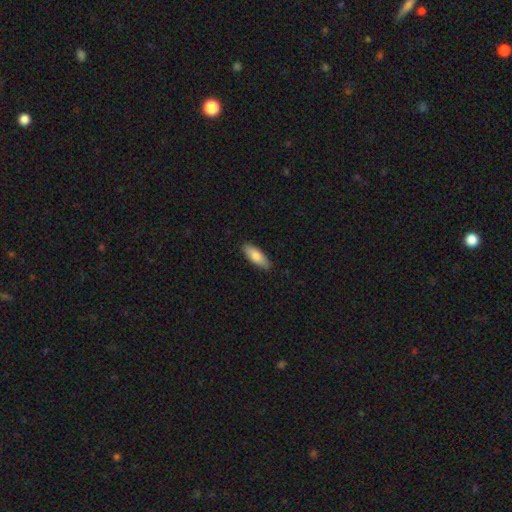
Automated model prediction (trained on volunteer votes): This appears to be a smooth galaxy with no disk features (82%) that is in between round and cigar-shaped (65%). Merging: none (87%).